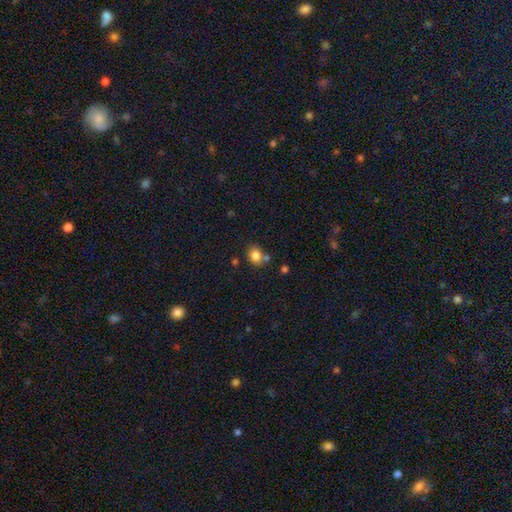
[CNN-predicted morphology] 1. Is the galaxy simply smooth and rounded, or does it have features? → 83% smooth, 10% star or artifact, 6% featured or disk.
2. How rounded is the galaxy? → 50% round, 49% in between, 1% cigar-shaped.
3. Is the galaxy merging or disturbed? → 67% none, 16% merger, 13% minor disturbance, 4% major disturbance.